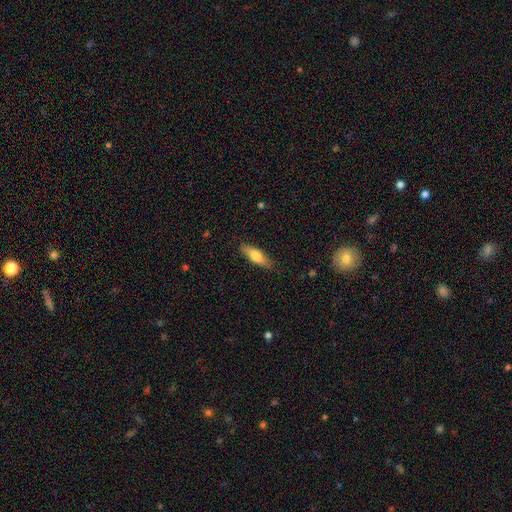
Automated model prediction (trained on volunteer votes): smooth 71%, featured or disk 23%, star or artifact 6%. Down the decision tree: how rounded — in between (57%); merging — none (85%).